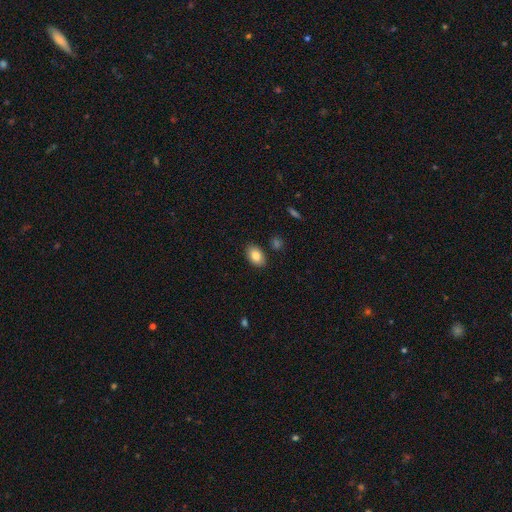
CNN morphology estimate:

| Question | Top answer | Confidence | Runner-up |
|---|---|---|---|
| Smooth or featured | smooth | 84% | featured or disk (9%) |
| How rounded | in between | 88% | round (11%) |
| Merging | none | 86% | minor disturbance (9%) |